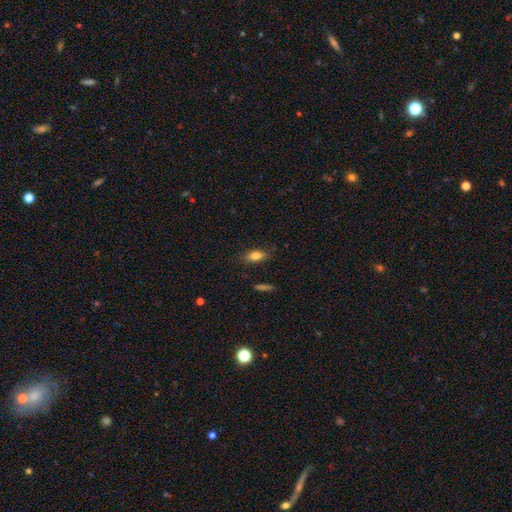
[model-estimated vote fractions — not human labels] A smooth galaxy with no disk features (81%) that is in between round and cigar-shaped (81%). Merging: none (82%).